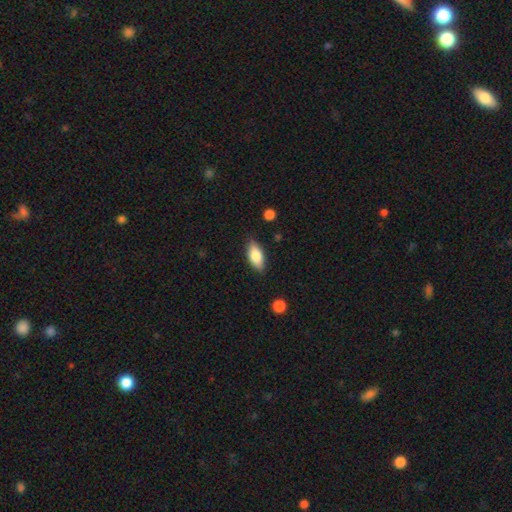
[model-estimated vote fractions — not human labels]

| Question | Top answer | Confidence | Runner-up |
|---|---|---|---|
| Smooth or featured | smooth | 78% | featured or disk (15%) |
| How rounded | in between | 85% | cigar-shaped (12%) |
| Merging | none | 85% | minor disturbance (12%) |